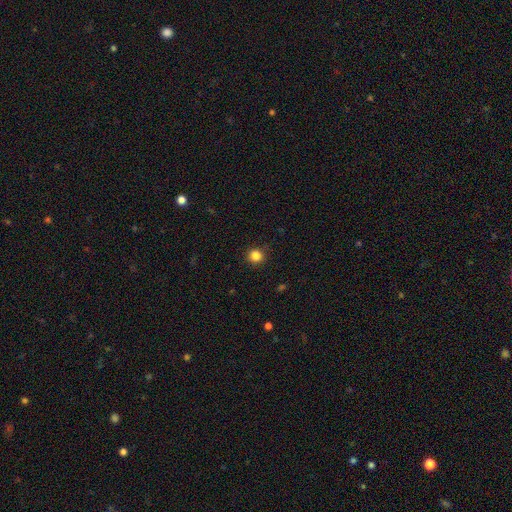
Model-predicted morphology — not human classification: Overall: smooth (84%). How rounded: round (93%). Merging: none (91%).